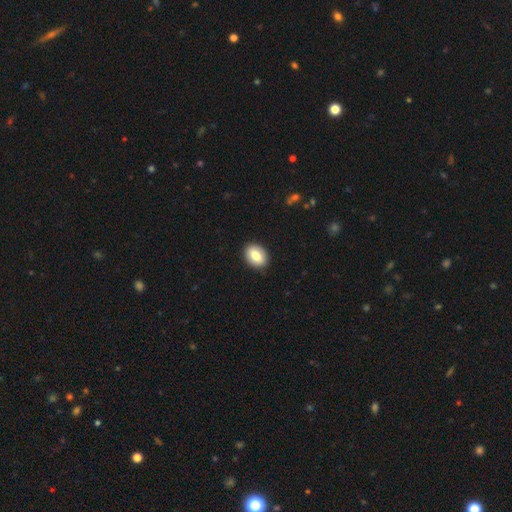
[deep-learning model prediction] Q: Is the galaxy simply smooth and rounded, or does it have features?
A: smooth — 80%.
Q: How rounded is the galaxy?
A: in between — 74%.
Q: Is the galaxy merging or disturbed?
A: none — 90%.